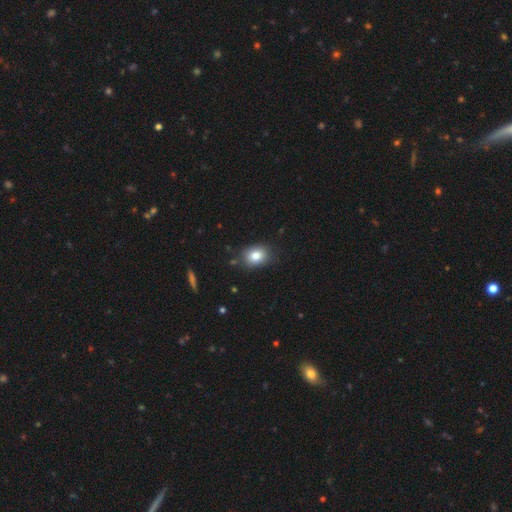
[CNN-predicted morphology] Smooth or featured?
  - smooth: 81% *
  - star or artifact: 10%
  - featured or disk: 9%
How rounded?
  - in between: 56% *
  - round: 43%
  - cigar-shaped: 1%
Merging?
  - none: 83% *
  - minor disturbance: 12%
  - major disturbance: 3%
  - merger: 2%